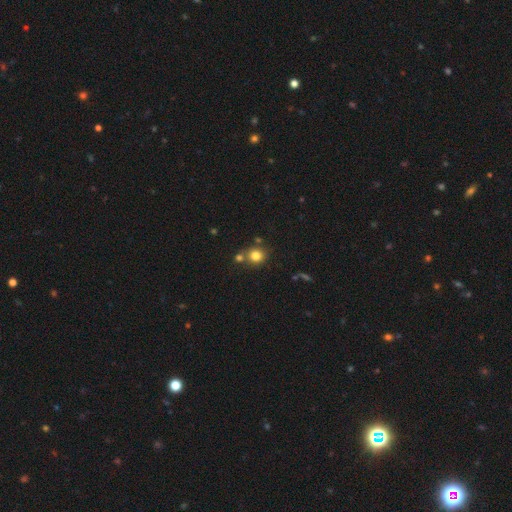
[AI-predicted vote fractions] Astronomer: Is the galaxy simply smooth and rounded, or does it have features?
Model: smooth — 80%.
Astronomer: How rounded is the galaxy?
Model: round — 84%.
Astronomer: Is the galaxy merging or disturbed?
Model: none — 67%.